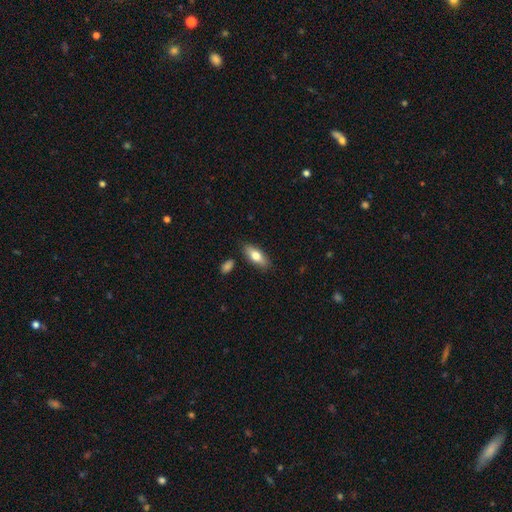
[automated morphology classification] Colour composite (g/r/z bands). It shows a smooth galaxy with no disk features (72%) that is in between round and cigar-shaped (74%). Merging: none (83%).